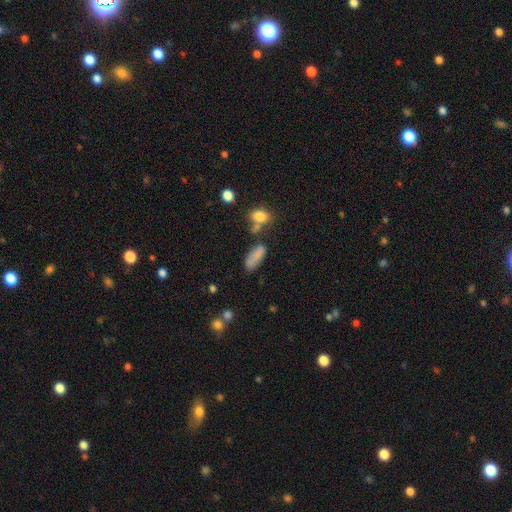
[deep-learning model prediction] Q: Smooth or featured?
A: smooth (79%); runner-up: featured or disk (10%)
Q: How rounded?
A: in between (72%); runner-up: cigar-shaped (25%)
Q: Merging?
A: none (52%); runner-up: minor disturbance (23%)